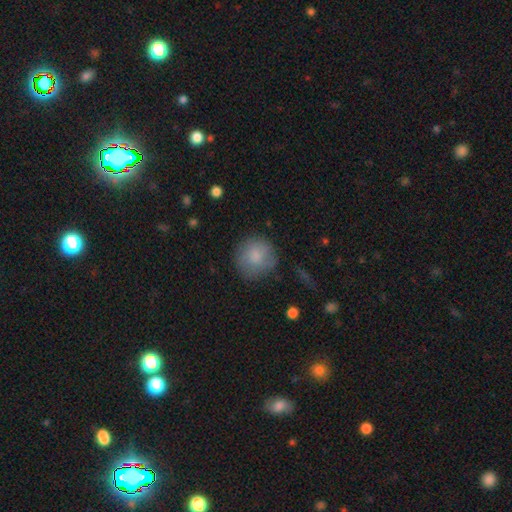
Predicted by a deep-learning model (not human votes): Smooth or featured?
  - smooth: 82% *
  - featured or disk: 10%
  - star or artifact: 8%
How rounded?
  - round: 92% *
  - in between: 7%
  - cigar-shaped: 1%
Merging?
  - none: 73% *
  - minor disturbance: 18%
  - major disturbance: 6%
  - merger: 2%